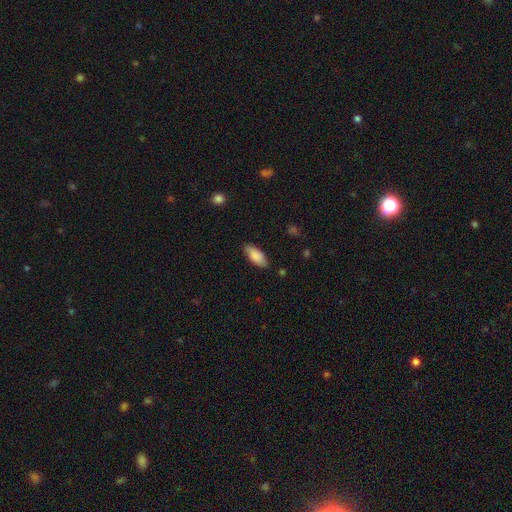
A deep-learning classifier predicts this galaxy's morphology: smooth 87%, featured or disk 7%, star or artifact 6%. Down the decision tree: how rounded — in between (85%); merging — none (84%).